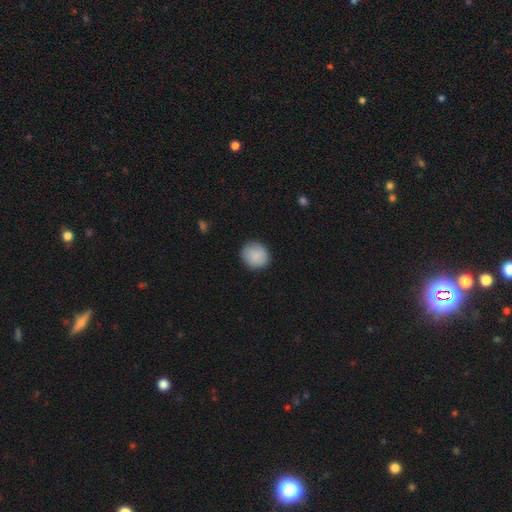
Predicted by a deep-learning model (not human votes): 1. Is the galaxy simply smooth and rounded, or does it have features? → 88% smooth, 6% star or artifact, 6% featured or disk.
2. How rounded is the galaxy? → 84% round, 15% in between, 1% cigar-shaped.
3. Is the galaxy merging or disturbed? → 87% none, 10% minor disturbance, 2% major disturbance, 1% merger.